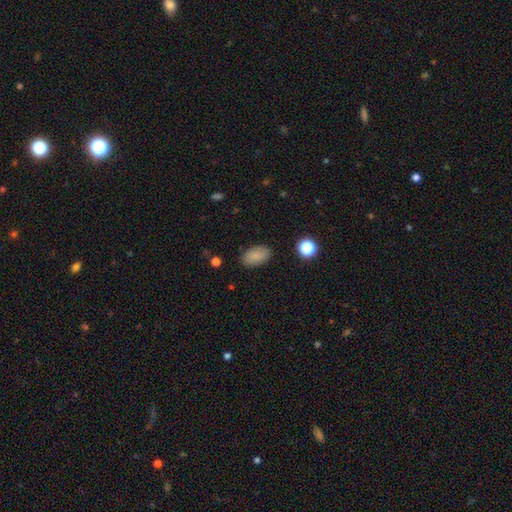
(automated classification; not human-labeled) smooth 85%, star or artifact 8%, featured or disk 7%. Down the decision tree: how rounded — in between (92%); merging — none (87%).